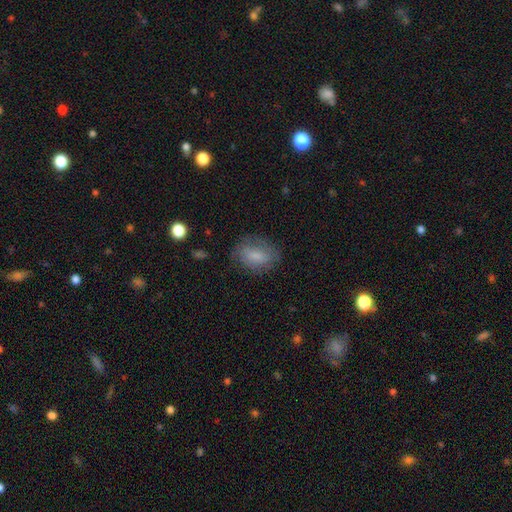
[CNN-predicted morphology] A smooth galaxy with no disk features (72%) that is in between round and cigar-shaped (75%). Merging: none (72%).